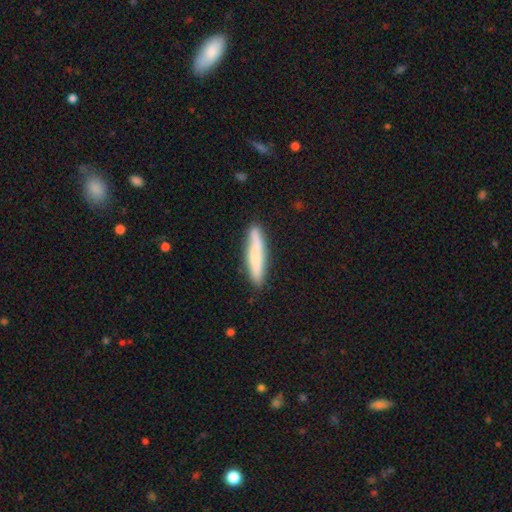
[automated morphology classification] This appears to be a smooth galaxy with no disk features (68%) that is cigar-shaped (90%). Merging: none (83%).